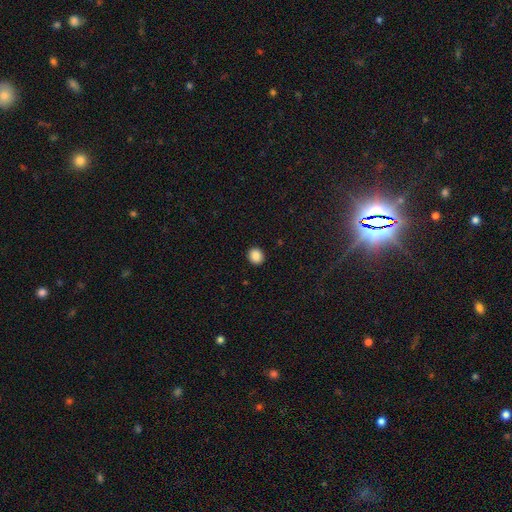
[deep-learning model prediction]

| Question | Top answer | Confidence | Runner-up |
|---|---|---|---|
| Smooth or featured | smooth | 88% | star or artifact (9%) |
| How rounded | round | 82% | in between (18%) |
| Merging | none | 92% | minor disturbance (5%) |